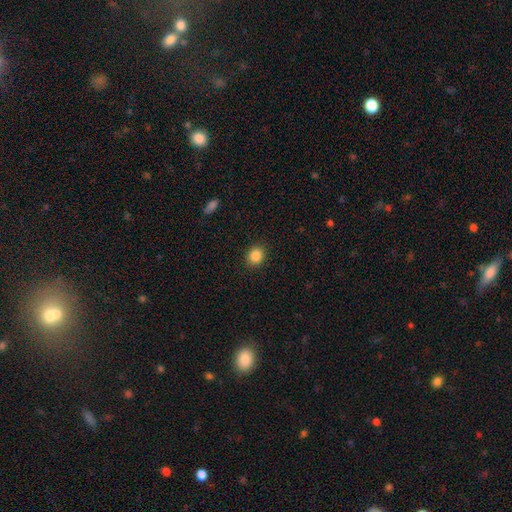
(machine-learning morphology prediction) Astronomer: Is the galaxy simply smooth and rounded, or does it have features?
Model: smooth — 86%.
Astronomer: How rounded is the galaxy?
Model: round — 67%.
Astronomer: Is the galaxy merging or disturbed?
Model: none — 90%.